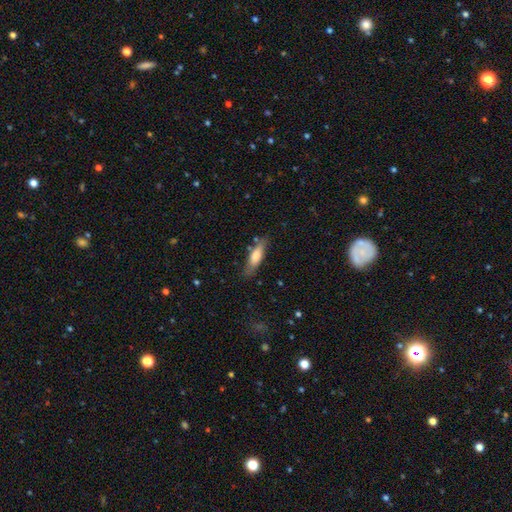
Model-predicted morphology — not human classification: smooth_or_featured: smooth (p=0.72) [alt: featured or disk p=0.22]
how_rounded: cigar-shaped (p=0.56) [alt: in between p=0.42]
merging: none (p=0.76) [alt: minor disturbance p=0.16]